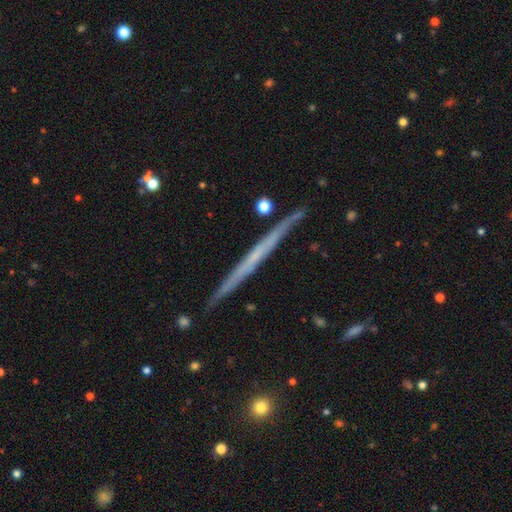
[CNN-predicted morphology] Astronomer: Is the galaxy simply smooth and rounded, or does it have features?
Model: featured or disk — 66%.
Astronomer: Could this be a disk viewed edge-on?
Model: yes — 98%.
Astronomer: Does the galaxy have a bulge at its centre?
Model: none — 90%.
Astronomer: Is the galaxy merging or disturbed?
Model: none — 91%.